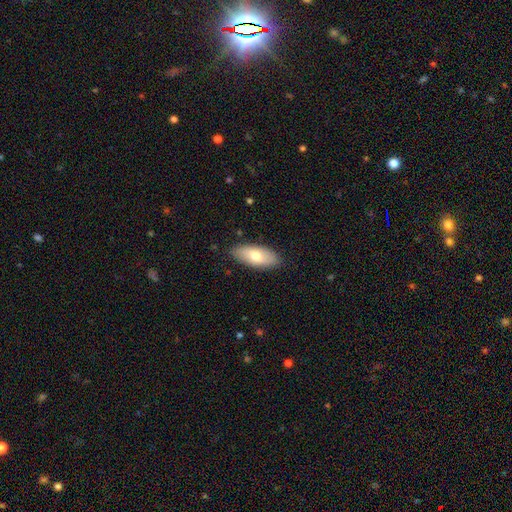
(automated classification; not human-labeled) Smooth or featured?
  - smooth: 72% *
  - featured or disk: 23%
  - star or artifact: 6%
How rounded?
  - in between: 87% *
  - cigar-shaped: 11%
  - round: 2%
Merging?
  - none: 87% *
  - minor disturbance: 10%
  - major disturbance: 2%
  - merger: 1%